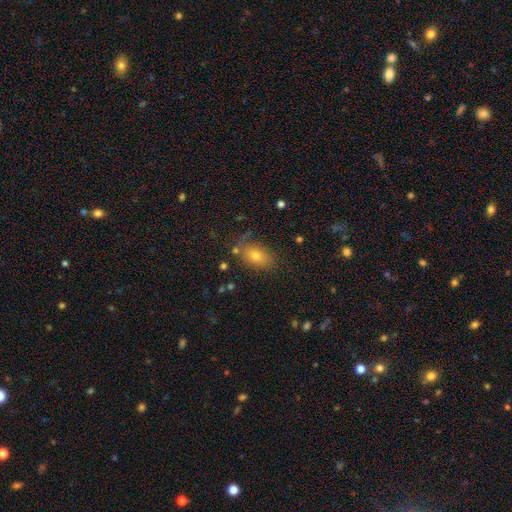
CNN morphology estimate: The model was most divided on "smooth or featured": smooth: 72%, featured or disk: 14%, star or artifact: 14%. More confident: how rounded — in between (81%); merging — none (74%).